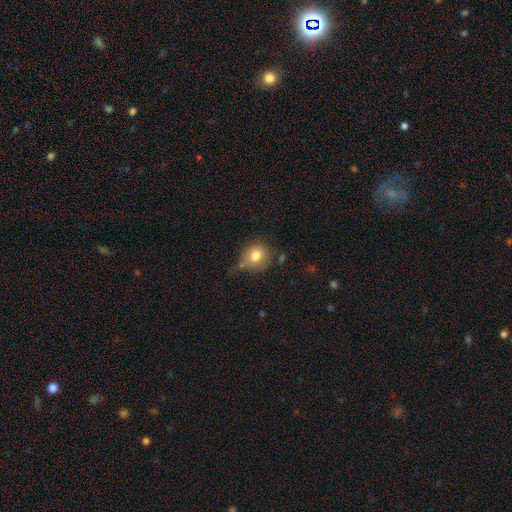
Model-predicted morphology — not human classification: Overall: smooth (79%). How rounded: round (85%). Merging: none (63%).